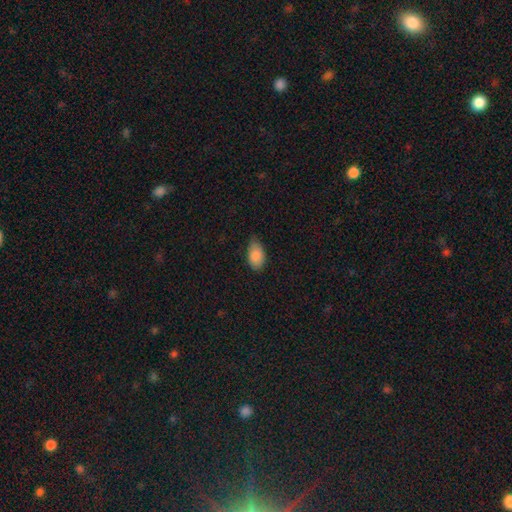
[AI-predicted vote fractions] A smooth galaxy with no disk features (87%) that is in between round and cigar-shaped (93%). Merging: none (61%).